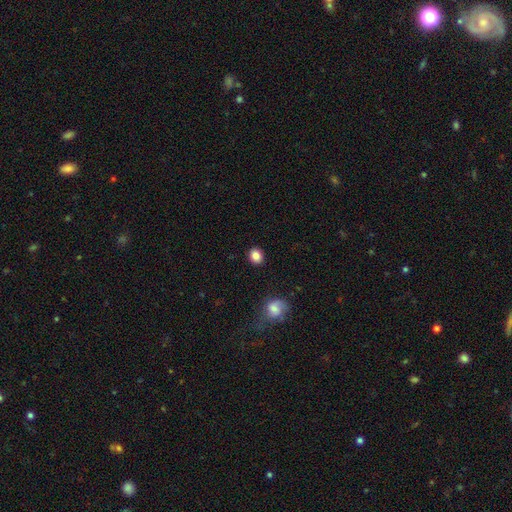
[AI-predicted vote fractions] Smooth or featured? Predicted: smooth (p=0.86). How rounded? Predicted: round (p=0.67). Merging? Predicted: none (p=0.89).